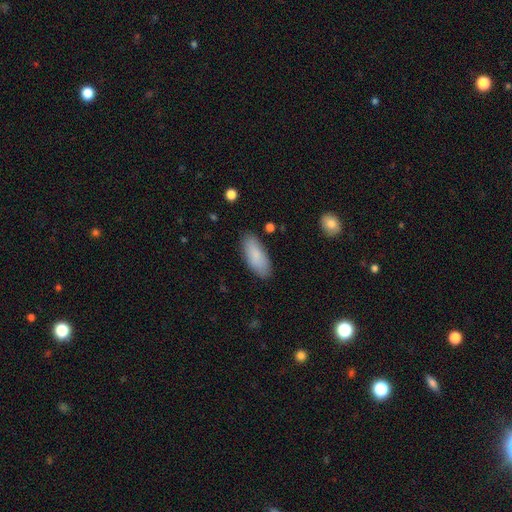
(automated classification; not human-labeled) Smooth or featured?
  - smooth: 86% *
  - featured or disk: 8%
  - star or artifact: 6%
How rounded?
  - in between: 82% *
  - cigar-shaped: 17%
  - round: 2%
Merging?
  - none: 85% *
  - minor disturbance: 11%
  - major disturbance: 2%
  - merger: 1%